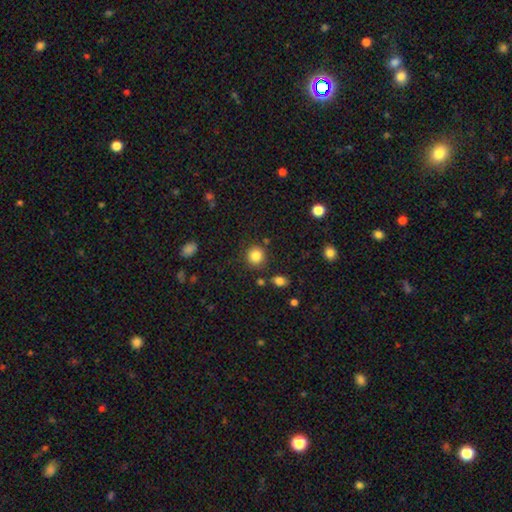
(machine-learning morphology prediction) Smooth or featured: smooth — 84% (star or artifact — 10%)
How rounded: round — 88% (in between — 11%)
Merging: none — 84% (minor disturbance — 9%)